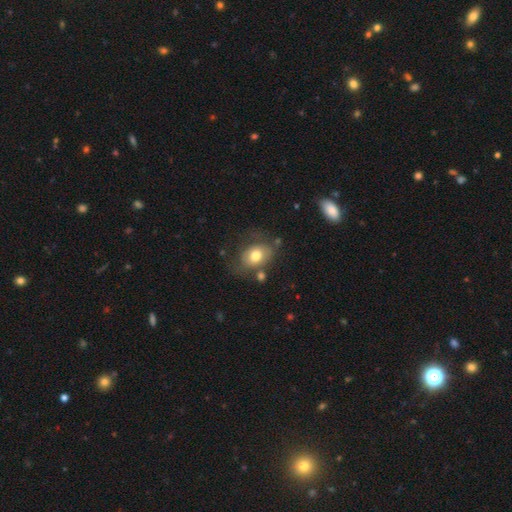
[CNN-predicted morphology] Overall: smooth (71%). How rounded: in between (63%; round 36%). Merging: none (56%; minor disturbance 24%).